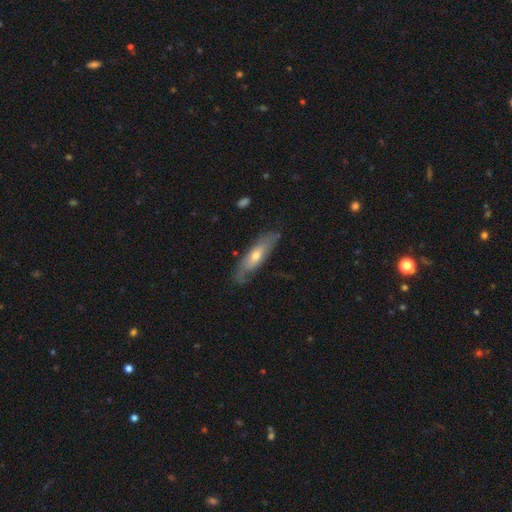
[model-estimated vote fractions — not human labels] A featured or disk galaxy (53%).

Vote fractions:
- Smooth or featured? featured or disk: 53% / smooth: 41% / star or artifact: 6%
- Edge-on disk? no: 59% / yes: 41%
- Merging? none: 73% / minor disturbance: 20% / major disturbance: 6% / merger: 2%